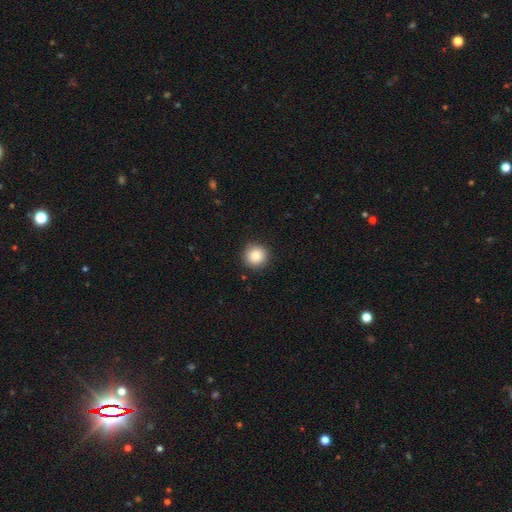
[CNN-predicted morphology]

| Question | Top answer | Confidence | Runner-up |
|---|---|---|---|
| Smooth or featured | smooth | 86% | star or artifact (9%) |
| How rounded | round | 94% | in between (5%) |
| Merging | none | 91% | minor disturbance (6%) |